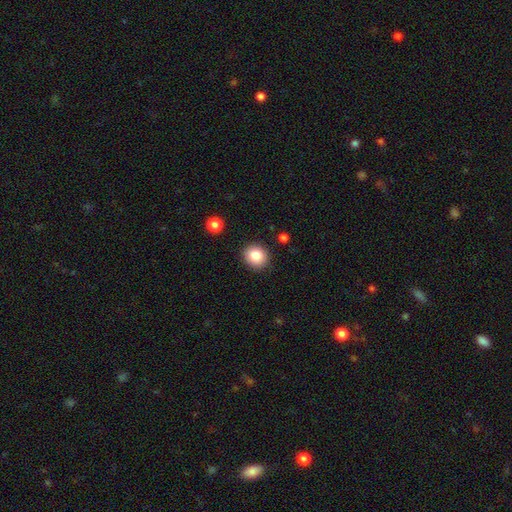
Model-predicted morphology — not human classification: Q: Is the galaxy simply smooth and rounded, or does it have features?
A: smooth — 84%.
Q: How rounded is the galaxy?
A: round — 80%.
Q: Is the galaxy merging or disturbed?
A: none — 89%.